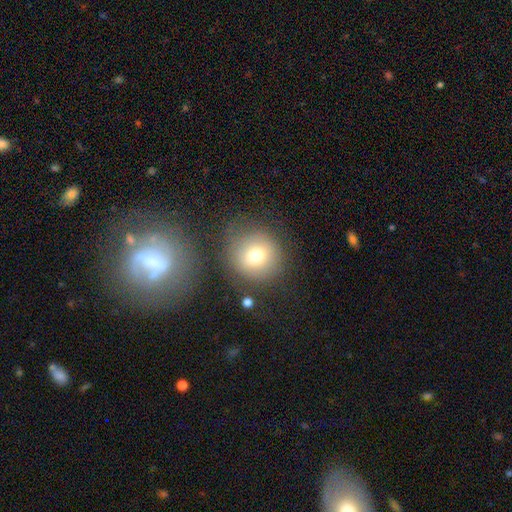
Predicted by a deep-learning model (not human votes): This appears to be a smooth galaxy with no disk features (74%) that is round (91%). Merging: none (73%).